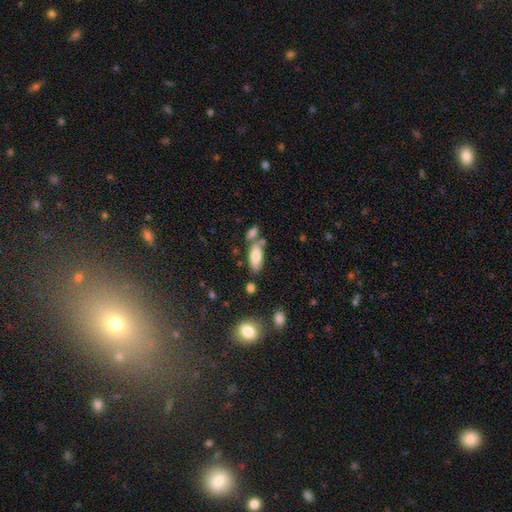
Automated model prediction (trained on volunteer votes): The model was most divided on "merging": none: 59%, merger: 21%, minor disturbance: 15%, major disturbance: 4%. More confident: smooth or featured — smooth (78%); how rounded — in between (78%).